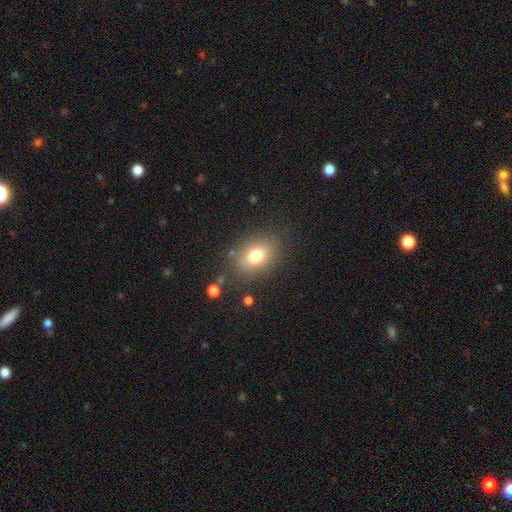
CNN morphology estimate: This appears to be a smooth galaxy with no disk features (75%) that is in between round and cigar-shaped (64%). Merging: none (80%).